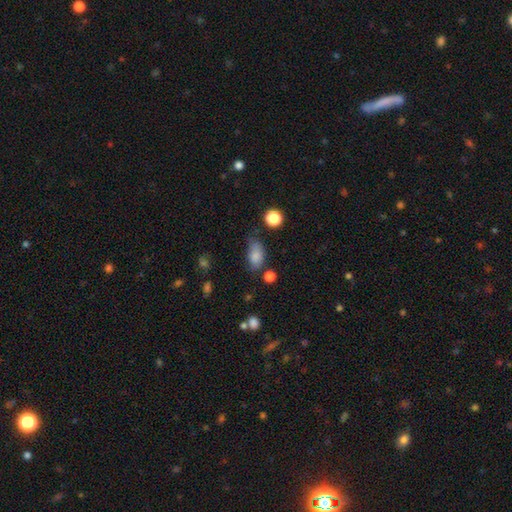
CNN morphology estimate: A smooth galaxy with no disk features (82%) that is in between round and cigar-shaped (87%). Merging: none (47%).